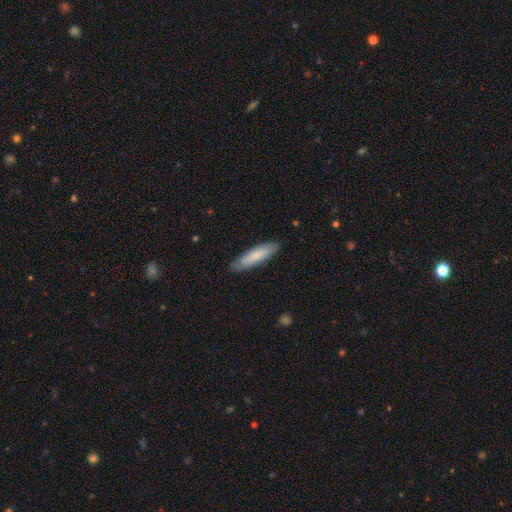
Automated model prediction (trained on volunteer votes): Smooth or featured: smooth — 77% (featured or disk — 18%)
How rounded: cigar-shaped — 74% (in between — 25%)
Merging: none — 85% (minor disturbance — 12%)